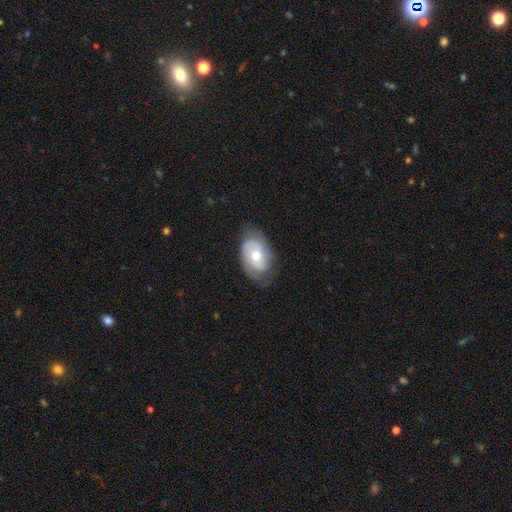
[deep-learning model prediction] A featured or disk galaxy (63%) with no bar (69%), spiral arms (81%) and a moderate central bulge (67%). Merging: none (68%).